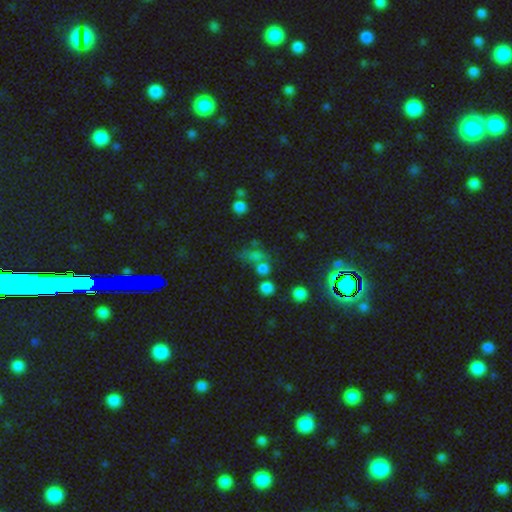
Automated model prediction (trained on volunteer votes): Smooth or featured?
  - smooth: 54% *
  - star or artifact: 34%
  - featured or disk: 12%
How rounded?
  - round: 51% *
  - in between: 43%
  - cigar-shaped: 6%
Merging?
  - none: 46% *
  - merger: 24%
  - minor disturbance: 16%
  - major disturbance: 13%